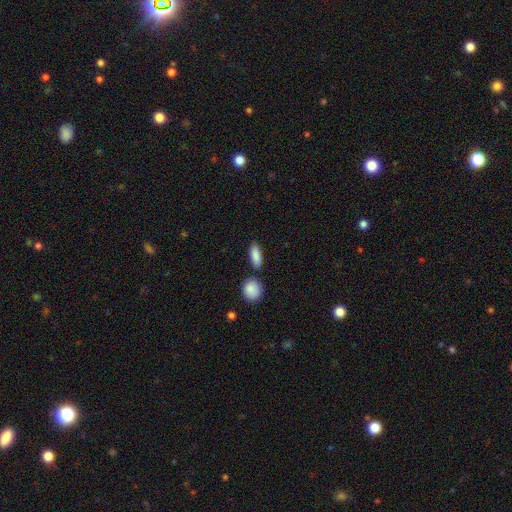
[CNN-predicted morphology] A smooth galaxy with no disk features (88%) that is in between round and cigar-shaped (74%). Merging: none (75%).